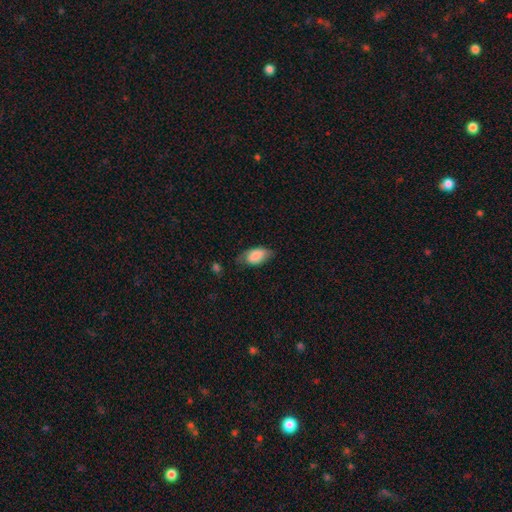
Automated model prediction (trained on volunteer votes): Smooth or featured: smooth — 83% (featured or disk — 10%)
How rounded: in between — 92% (round — 4%)
Merging: none — 58% (minor disturbance — 31%)